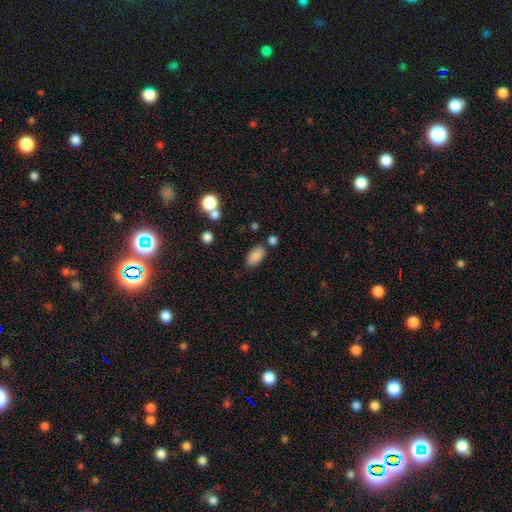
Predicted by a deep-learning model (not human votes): The model was most divided on "merging": none: 77%, minor disturbance: 13%, merger: 7%, major disturbance: 4%. More confident: how rounded — in between (92%); smooth or featured — smooth (87%).